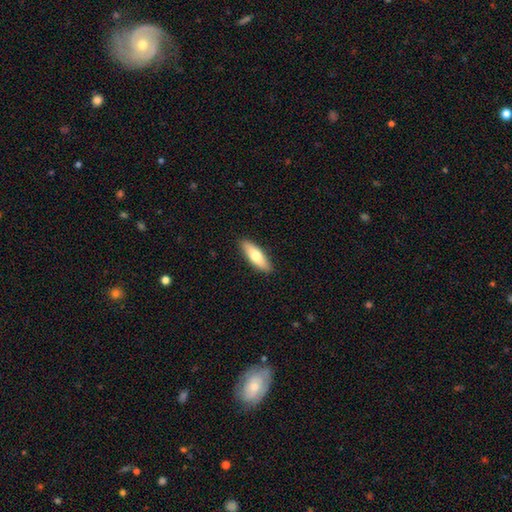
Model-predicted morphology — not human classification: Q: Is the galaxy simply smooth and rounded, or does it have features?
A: smooth — 69%.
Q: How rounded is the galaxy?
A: in between — 50%.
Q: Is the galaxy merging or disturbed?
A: none — 90%.